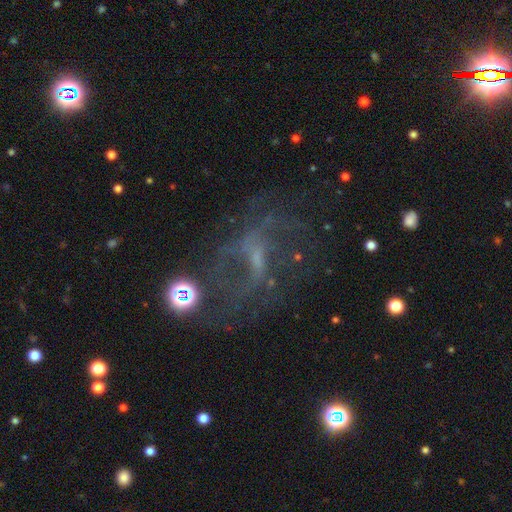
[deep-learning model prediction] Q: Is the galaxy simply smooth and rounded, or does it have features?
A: featured or disk — 66%.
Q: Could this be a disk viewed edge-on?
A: no — 95%.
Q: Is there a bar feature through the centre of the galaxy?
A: weak — 44%.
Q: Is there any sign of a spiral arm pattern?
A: yes — 64%.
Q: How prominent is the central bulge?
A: small — 46%.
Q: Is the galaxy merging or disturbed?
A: none — 51%.